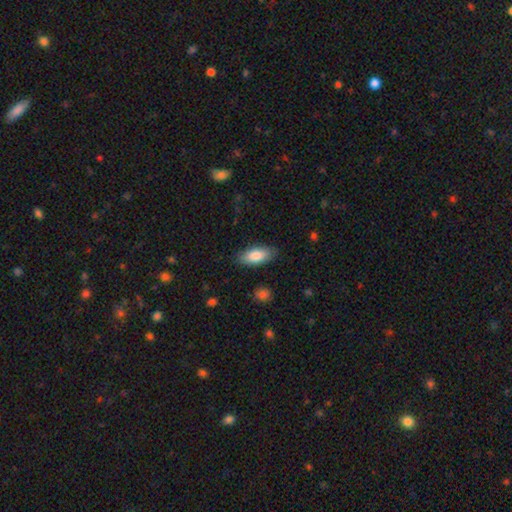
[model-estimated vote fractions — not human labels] Smooth or featured: smooth — 84% (featured or disk — 11%)
How rounded: in between — 85% (cigar-shaped — 13%)
Merging: none — 84% (minor disturbance — 12%)